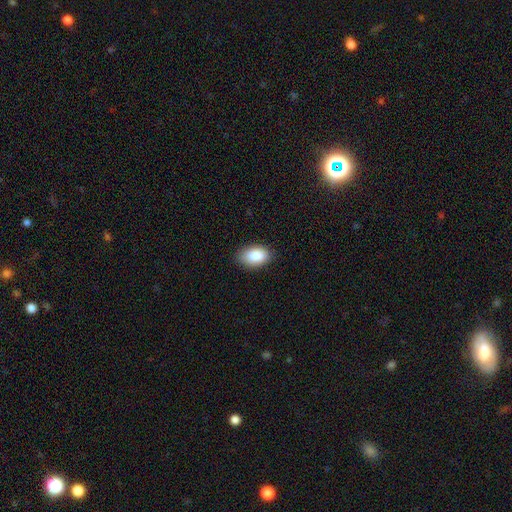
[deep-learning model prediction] smooth_or_featured: smooth (p=0.89) [alt: star or artifact p=0.07]
how_rounded: in between (p=0.92) [alt: round p=0.06]
merging: none (p=0.85) [alt: minor disturbance p=0.12]